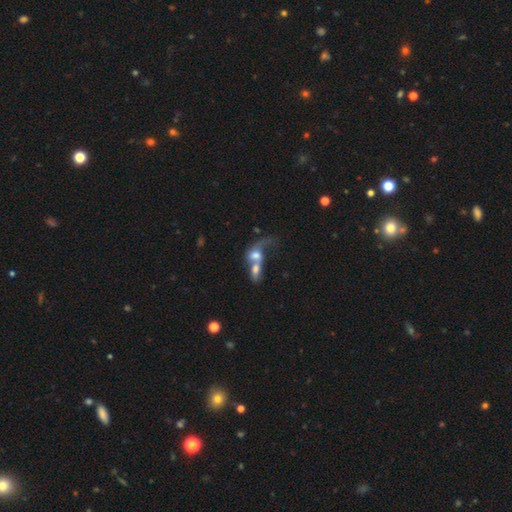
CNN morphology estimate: smooth_or_featured: smooth (p=0.54) [alt: featured or disk p=0.36]
how_rounded: in between (p=0.61) [alt: round p=0.34]
merging: merger (p=0.81) [alt: major disturbance p=0.09]